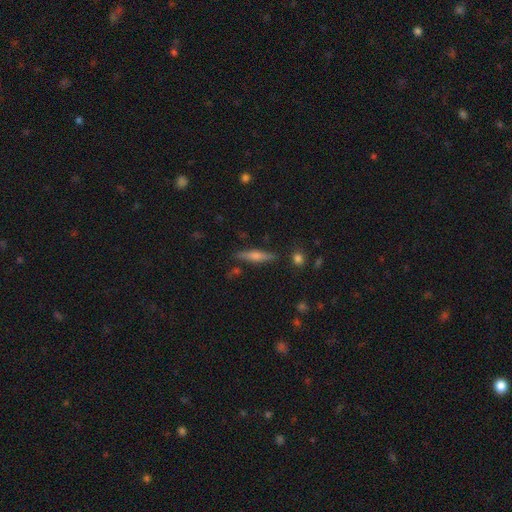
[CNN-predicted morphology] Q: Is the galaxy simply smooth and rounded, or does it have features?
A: featured or disk — 57%.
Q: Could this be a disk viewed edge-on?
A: yes — 96%.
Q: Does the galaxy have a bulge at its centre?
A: rounded — 81%.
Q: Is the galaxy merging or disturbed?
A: none — 86%.